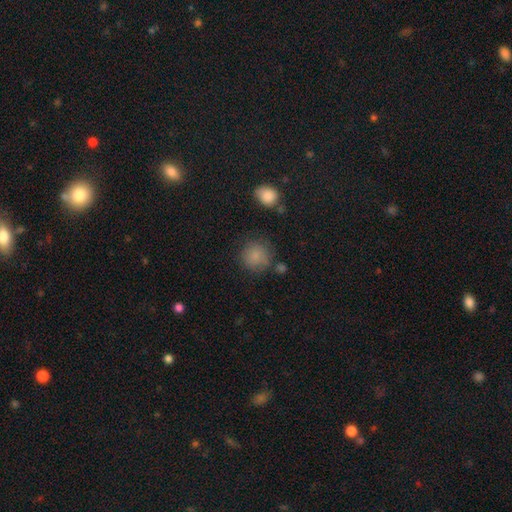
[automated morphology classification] smooth-or-featured: smooth: 84% | star or artifact: 10% | featured or disk: 6%
  how-rounded: round: 90% | in between: 9% | cigar-shaped: 1%
  merging: none: 75% | minor disturbance: 14% | major disturbance: 5% | merger: 5%